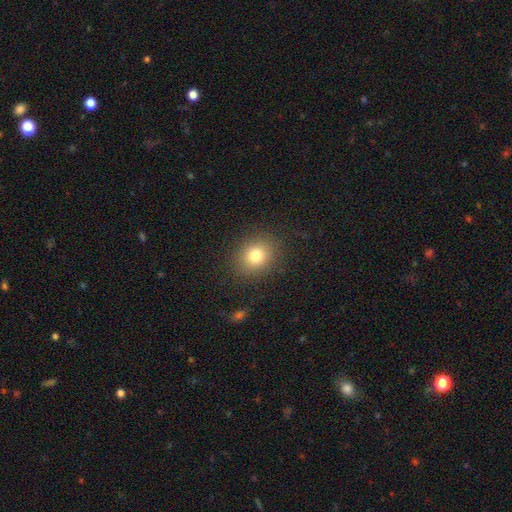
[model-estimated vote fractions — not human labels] smooth 79%, star or artifact 12%, featured or disk 9%. Down the decision tree: how rounded — round (65%); merging — none (87%).